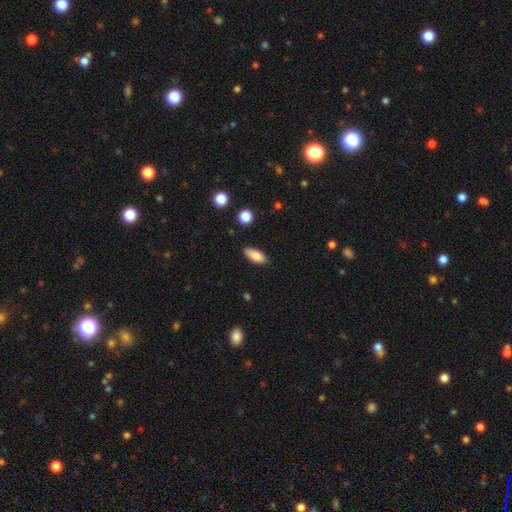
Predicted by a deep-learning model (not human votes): Q: Smooth or featured?
A: smooth (87%); runner-up: star or artifact (7%)
Q: How rounded?
A: in between (86%); runner-up: cigar-shaped (12%)
Q: Merging?
A: none (82%); runner-up: minor disturbance (14%)